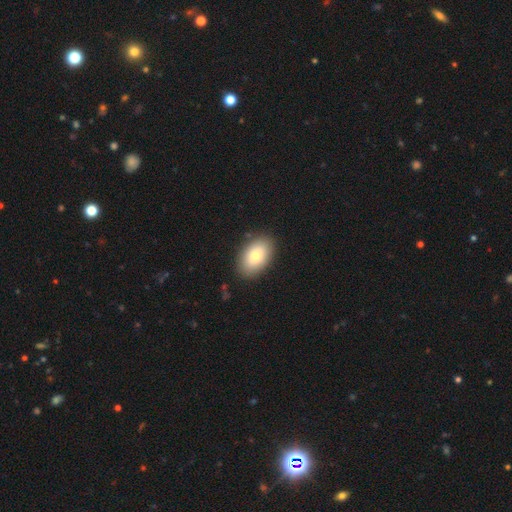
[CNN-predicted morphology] smooth 77%, featured or disk 15%, star or artifact 7%. Down the decision tree: how rounded — in between (90%); merging — none (87%).